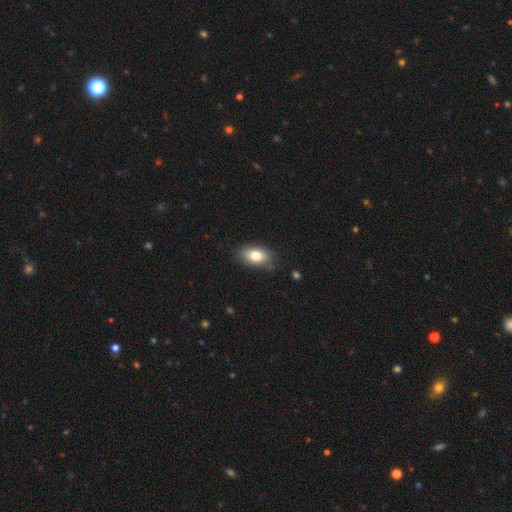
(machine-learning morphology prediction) A smooth galaxy with no disk features (80%) that is in between round and cigar-shaped (88%). Merging: none (79%).